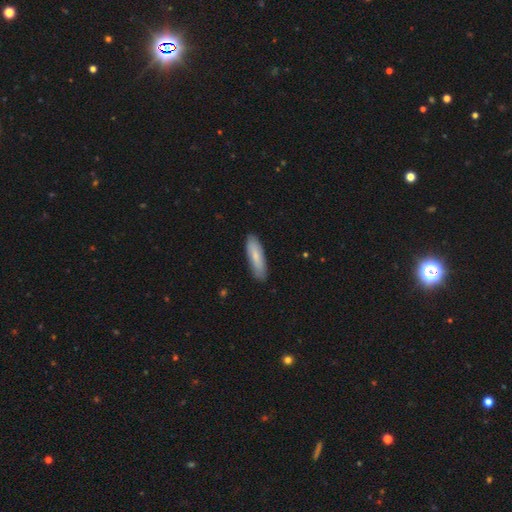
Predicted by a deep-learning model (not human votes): smooth_or_featured: smooth (p=0.77) [alt: featured or disk p=0.17]
how_rounded: cigar-shaped (p=0.59) [alt: in between p=0.39]
merging: none (p=0.87) [alt: minor disturbance p=0.10]